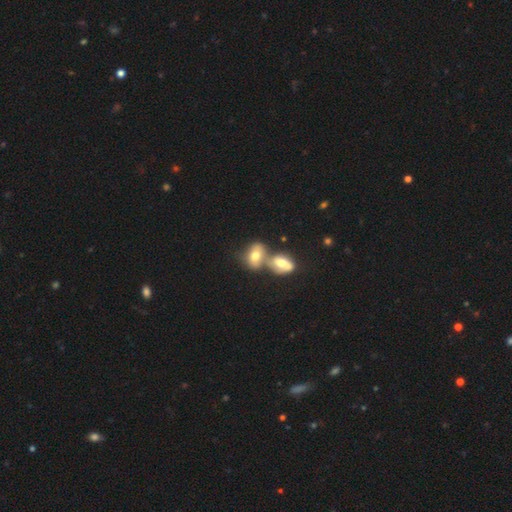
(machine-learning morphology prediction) Smooth or featured?
  - smooth: 63% *
  - featured or disk: 27%
  - star or artifact: 10%
How rounded?
  - in between: 74% *
  - round: 23%
  - cigar-shaped: 2%
Merging?
  - merger: 66% *
  - none: 22%
  - minor disturbance: 8%
  - major disturbance: 4%